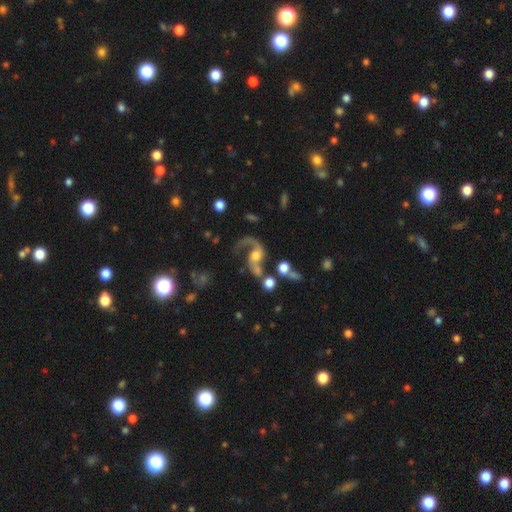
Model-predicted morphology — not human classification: Smooth or featured? Predicted: featured or disk (p=0.80). Edge-on disk? Predicted: no (p=0.97). Bar? Predicted: no (p=0.60). Spiral arms? Predicted: yes (p=0.93). Spiral winding? Predicted: loose (p=0.64). Spiral arm count? Predicted: 2 (p=0.64). Bulge size? Predicted: moderate (p=0.56). Merging? Predicted: none (p=0.38).